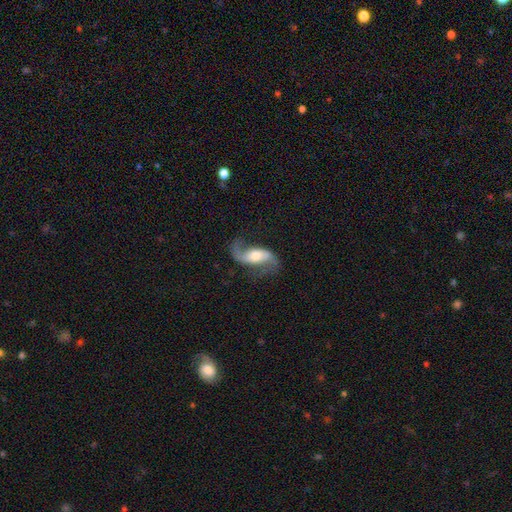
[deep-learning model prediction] Morphology: type=featured or disk (84%); edge-on=no (95%); bar=weak (37%); spiral arms=yes (95%); winding=loose (73%); arm count=2 (91%); bulge=moderate (58%); merging=none (71%).